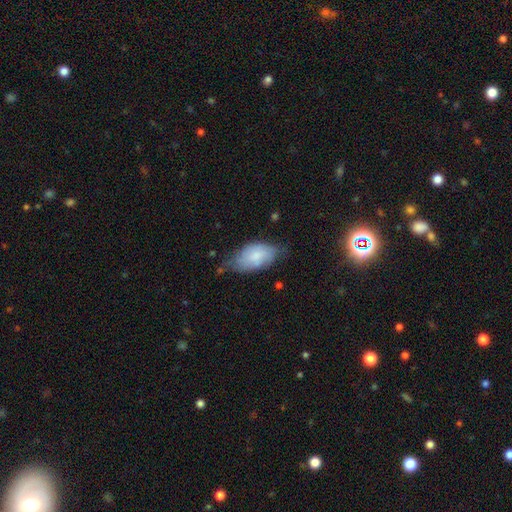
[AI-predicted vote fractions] smooth-or-featured: smooth: 74% | featured or disk: 20% | star or artifact: 7%
  how-rounded: in between: 94% | round: 4% | cigar-shaped: 3%
  merging: none: 45% | minor disturbance: 41% | major disturbance: 11% | merger: 3%